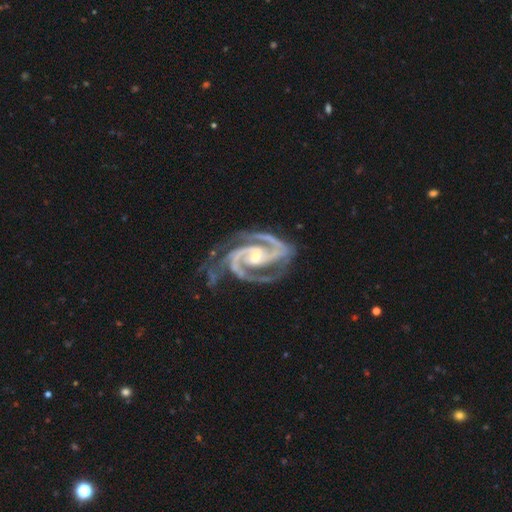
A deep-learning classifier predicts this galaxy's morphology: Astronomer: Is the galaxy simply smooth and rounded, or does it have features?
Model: featured or disk — 94%.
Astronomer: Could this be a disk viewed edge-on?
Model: no — 98%.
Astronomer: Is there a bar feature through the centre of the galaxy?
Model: weak — 36% (runner-up: no, 35%).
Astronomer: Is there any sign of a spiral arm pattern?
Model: yes — 99%.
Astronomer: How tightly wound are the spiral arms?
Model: medium — 50% (runner-up: tight, 45%).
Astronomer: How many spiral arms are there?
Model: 2 — 79%.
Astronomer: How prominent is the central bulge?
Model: small — 54% (runner-up: moderate, 42%).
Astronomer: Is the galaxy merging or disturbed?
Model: none — 64%.